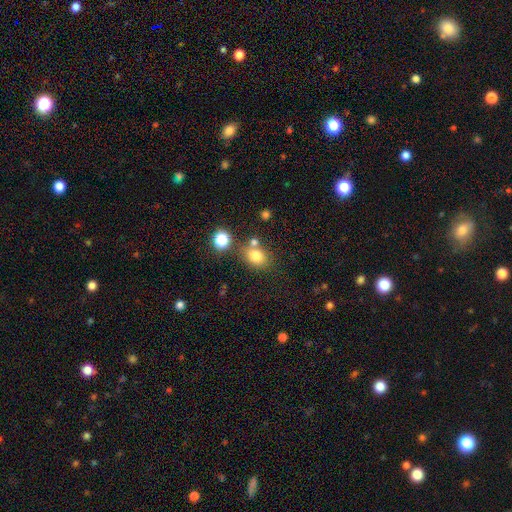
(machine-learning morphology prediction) type=smooth (77%); roundness=round (51%); merging=none (65%).